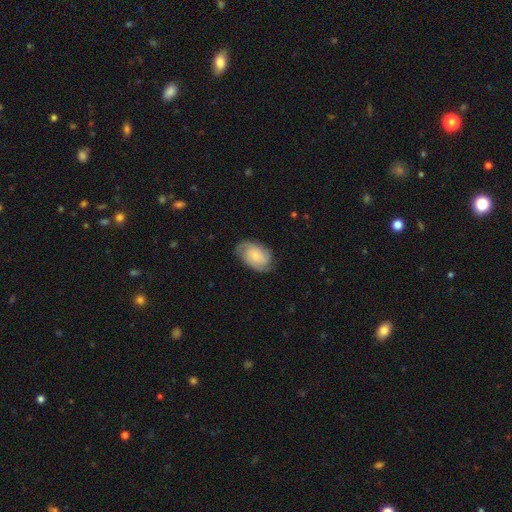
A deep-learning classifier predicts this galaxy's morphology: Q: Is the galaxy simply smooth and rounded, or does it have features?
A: featured or disk — 76%.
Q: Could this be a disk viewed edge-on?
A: no — 97%.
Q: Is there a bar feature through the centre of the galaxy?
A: no — 73%.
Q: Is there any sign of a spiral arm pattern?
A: yes — 96%.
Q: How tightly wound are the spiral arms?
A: tight — 57%.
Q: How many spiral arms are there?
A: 2 — 43%.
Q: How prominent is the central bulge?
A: small — 71%.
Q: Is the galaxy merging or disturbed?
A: none — 76%.